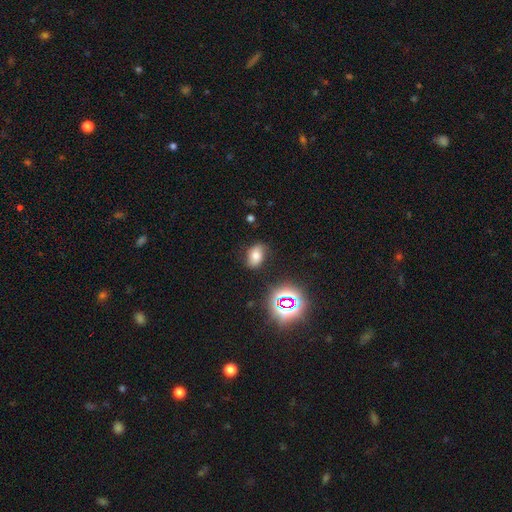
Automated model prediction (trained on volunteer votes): smooth 60%, star or artifact 21%, featured or disk 19%. Down the decision tree: how rounded — in between (82%); merging — none (75%).